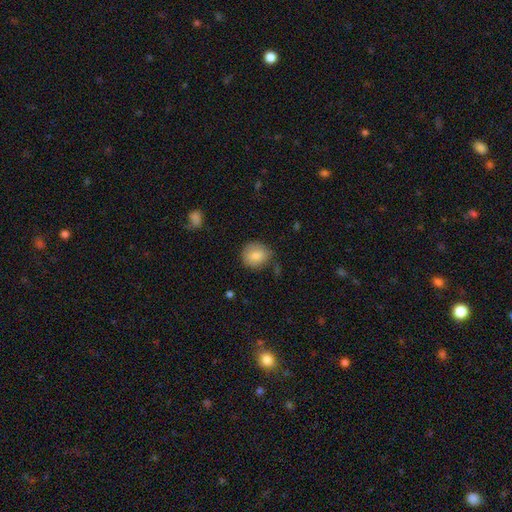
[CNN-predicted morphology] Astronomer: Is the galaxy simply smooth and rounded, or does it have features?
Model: smooth — 83%.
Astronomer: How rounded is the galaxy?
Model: round — 79%.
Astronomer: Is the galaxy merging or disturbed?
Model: none — 72%.